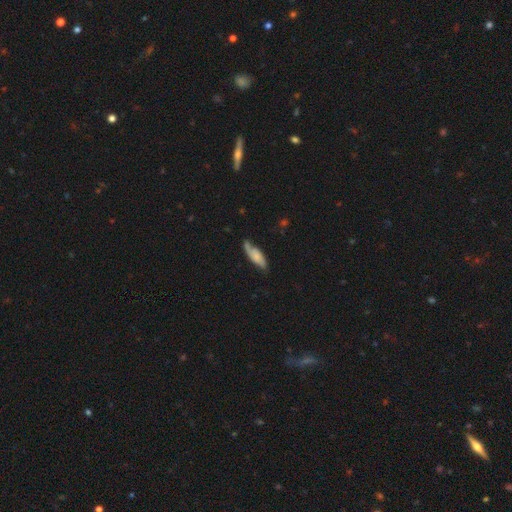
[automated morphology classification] Smooth or featured: smooth — 54% (featured or disk — 39%)
How rounded: in between — 64% (cigar-shaped — 34%)
Merging: none — 56% (minor disturbance — 29%)